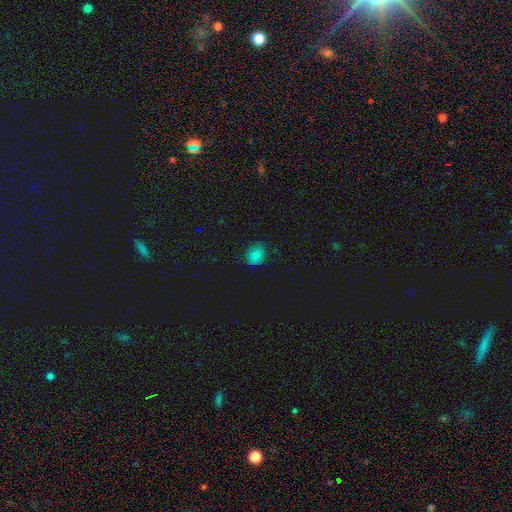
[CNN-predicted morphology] Q: Smooth or featured?
A: smooth (81%); runner-up: star or artifact (13%)
Q: How rounded?
A: round (63%); runner-up: in between (36%)
Q: Merging?
A: none (79%); runner-up: minor disturbance (17%)